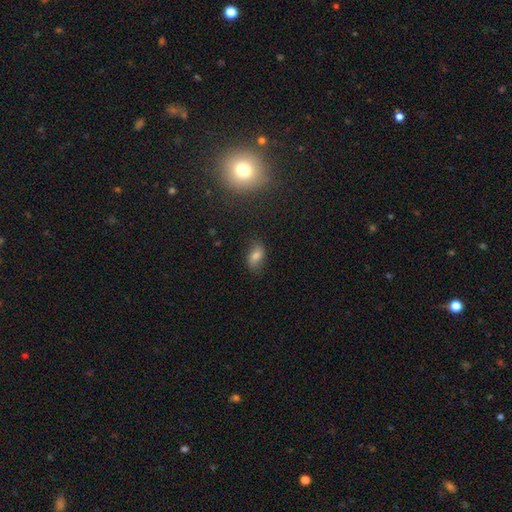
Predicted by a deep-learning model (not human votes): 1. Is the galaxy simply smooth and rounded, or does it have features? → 69% smooth, 17% star or artifact, 15% featured or disk.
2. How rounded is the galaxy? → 86% in between, 10% round, 4% cigar-shaped.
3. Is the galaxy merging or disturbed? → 77% none, 16% minor disturbance, 5% major disturbance, 2% merger.